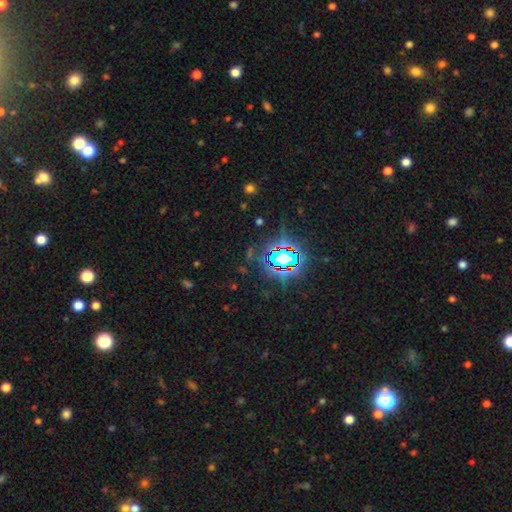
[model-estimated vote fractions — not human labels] The model was most divided on "smooth or featured": star or artifact: 80%, smooth: 12%, featured or disk: 8%.